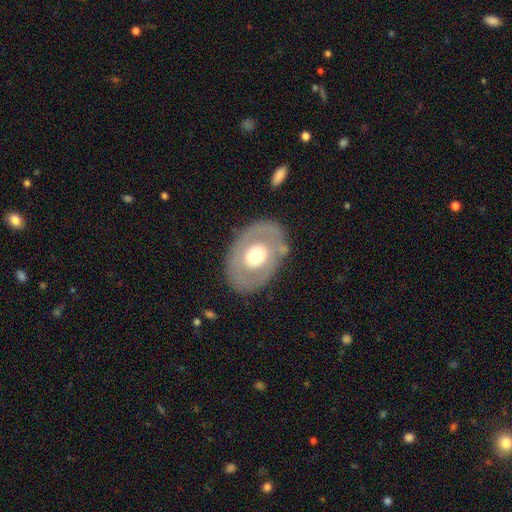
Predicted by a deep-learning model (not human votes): Smooth or featured?
  - featured or disk: 50% *
  - smooth: 44%
  - star or artifact: 6%
Edge-on disk?
  - no: 91% *
  - yes: 9%
Merging?
  - none: 79% *
  - minor disturbance: 12%
  - major disturbance: 6%
  - merger: 3%